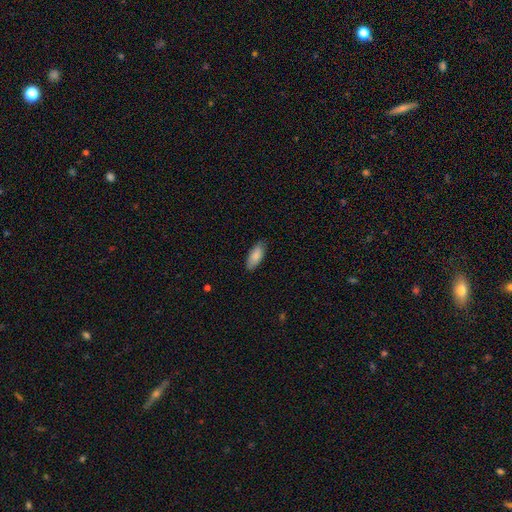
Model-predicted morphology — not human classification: smooth 86%, featured or disk 8%, star or artifact 6%. Down the decision tree: how rounded — in between (83%); merging — none (82%).